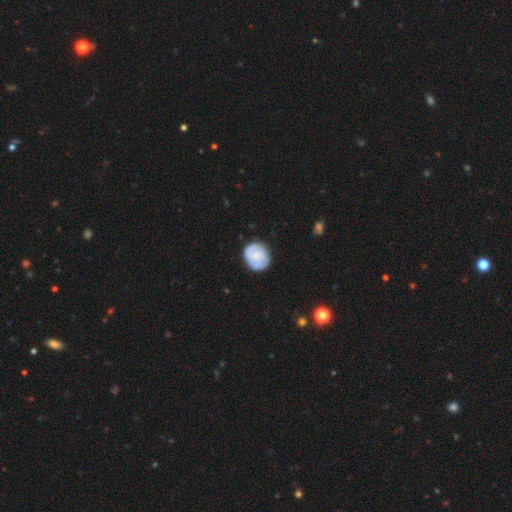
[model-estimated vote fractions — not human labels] This is likely a featured or disk galaxy (60%). It is clearly not viewed edge-on (98%). Bar: likely no (73%). Spiral arm pattern: clearly yes (89%). Spiral arm count: marginally 2 (34%). Spiral winding: likely tight (62%). Central bulge: possibly small (51%). Merging: likely none (79%).